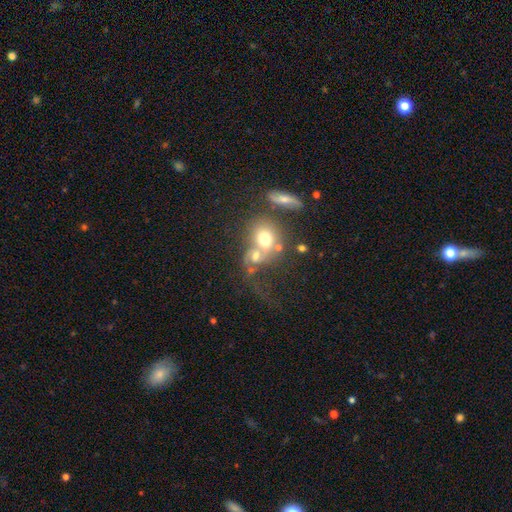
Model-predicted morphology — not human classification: The model was most divided on "how rounded": round: 59%, in between: 39%, cigar-shaped: 2%. More confident: merging — merger (55%); smooth or featured — smooth (53%).